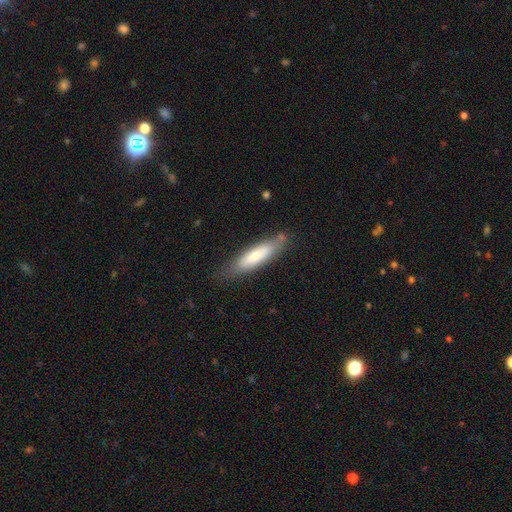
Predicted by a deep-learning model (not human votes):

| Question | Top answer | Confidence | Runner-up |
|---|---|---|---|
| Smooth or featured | smooth | 65% | featured or disk (29%) |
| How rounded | cigar-shaped | 69% | in between (29%) |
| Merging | none | 75% | minor disturbance (18%) |